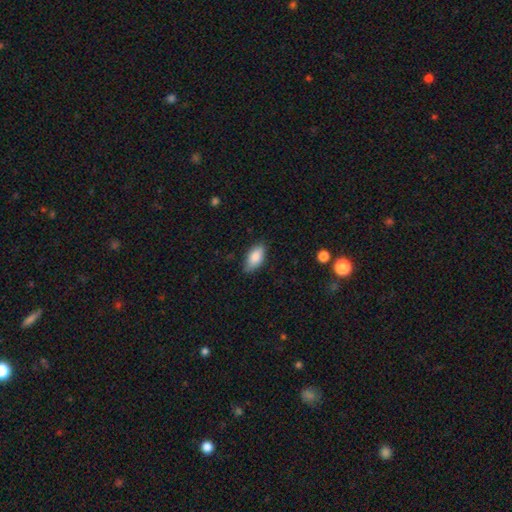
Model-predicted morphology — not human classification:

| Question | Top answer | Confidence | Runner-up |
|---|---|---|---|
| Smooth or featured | smooth | 85% | featured or disk (8%) |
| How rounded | in between | 91% | cigar-shaped (5%) |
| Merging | none | 79% | minor disturbance (17%) |